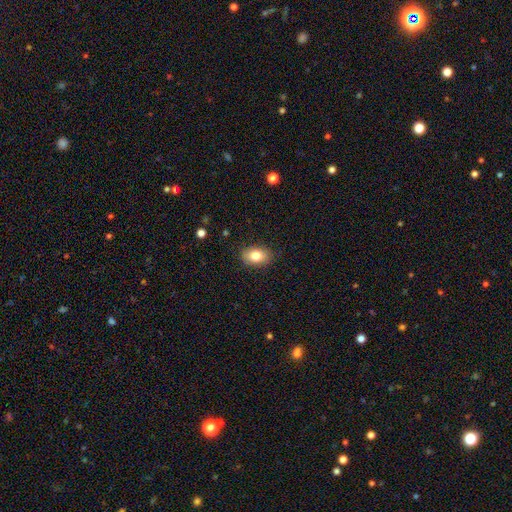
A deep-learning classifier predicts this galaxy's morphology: Smooth or featured: smooth — 80% (featured or disk — 11%)
How rounded: in between — 83% (round — 15%)
Merging: none — 86% (minor disturbance — 11%)